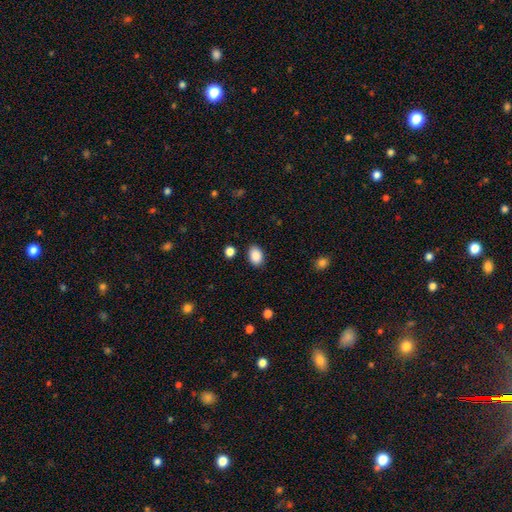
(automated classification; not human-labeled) Smooth or featured: smooth — 89% (star or artifact — 8%)
How rounded: in between — 79% (round — 20%)
Merging: none — 87% (minor disturbance — 9%)